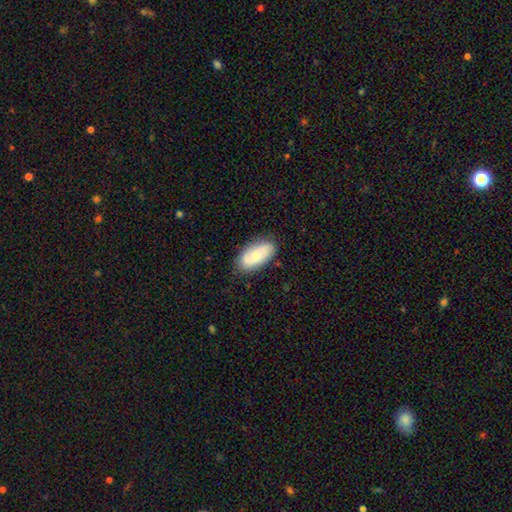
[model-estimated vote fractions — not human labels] Smooth or featured? Predicted: smooth (p=0.57). How rounded? Predicted: in between (p=0.91). Merging? Predicted: none (p=0.80).